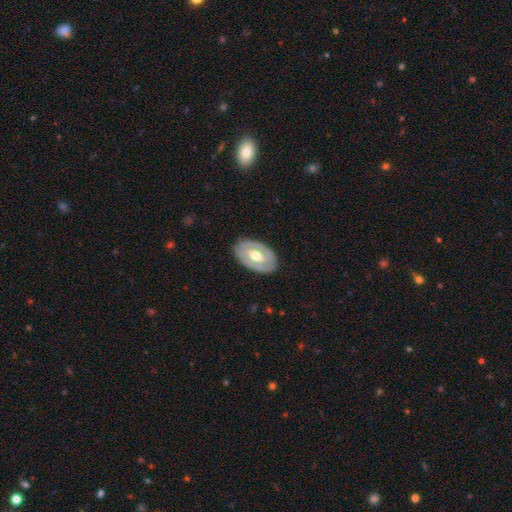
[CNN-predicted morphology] A featured or disk galaxy (65%) with no bar (40%), no spiral arms (64%) and a moderate central bulge (73%).

Vote fractions:
- Smooth or featured? featured or disk: 65% / smooth: 31% / star or artifact: 5%
- Edge-on disk? no: 91% / yes: 9%
- Bar? no: 40% / weak: 37% / strong: 23%
- Spiral arms? no: 64% / yes: 36%
- Bulge size? moderate: 73% / large: 14% / small: 11% / dominant: 1% / none: 1%
- Merging? none: 85% / minor disturbance: 11% / major disturbance: 3% / merger: 1%